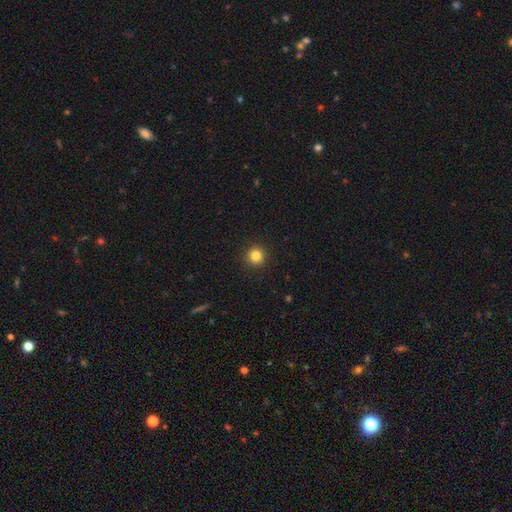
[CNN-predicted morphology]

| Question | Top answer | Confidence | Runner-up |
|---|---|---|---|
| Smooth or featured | smooth | 83% | star or artifact (12%) |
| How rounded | round | 95% | in between (4%) |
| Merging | none | 93% | minor disturbance (5%) |